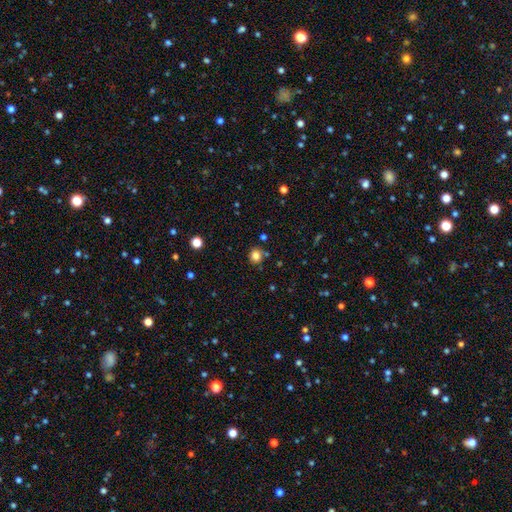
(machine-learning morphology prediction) smooth-or-featured: smooth: 82% | star or artifact: 13% | featured or disk: 5%
  how-rounded: round: 86% | in between: 13% | cigar-shaped: 1%
  merging: none: 83% | minor disturbance: 10% | merger: 5% | major disturbance: 3%